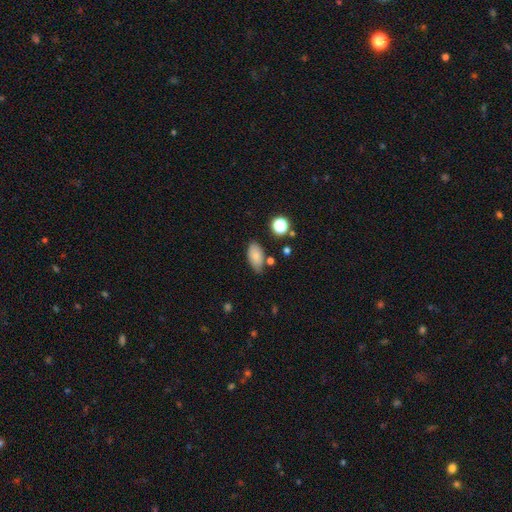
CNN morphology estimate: The model was most divided on "merging": none: 67%, minor disturbance: 23%, merger: 5%, major disturbance: 5%. More confident: how rounded — in between (91%); smooth or featured — smooth (78%).